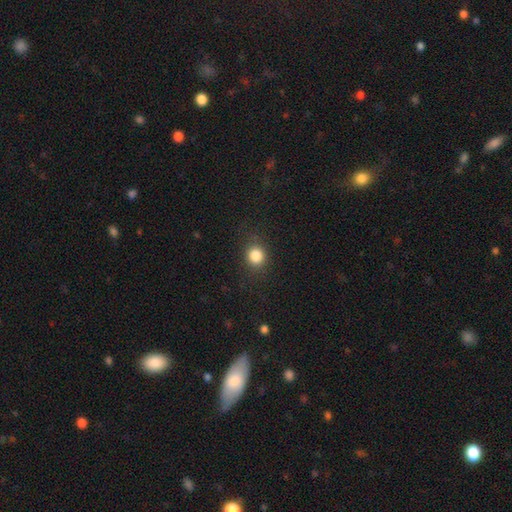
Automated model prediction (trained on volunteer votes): Smooth or featured?
  - smooth: 84% *
  - star or artifact: 11%
  - featured or disk: 5%
How rounded?
  - round: 82% *
  - in between: 17%
  - cigar-shaped: 1%
Merging?
  - none: 85% *
  - minor disturbance: 10%
  - major disturbance: 4%
  - merger: 1%